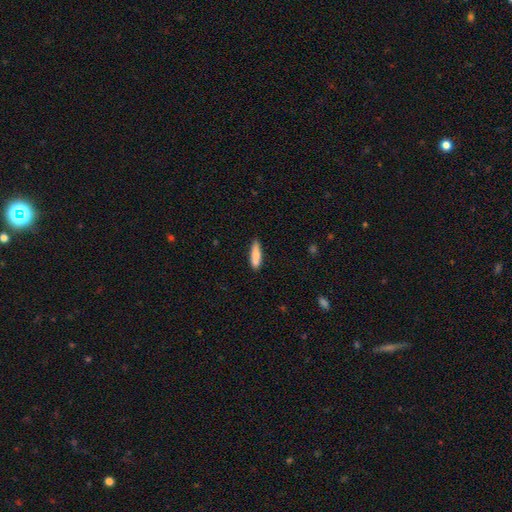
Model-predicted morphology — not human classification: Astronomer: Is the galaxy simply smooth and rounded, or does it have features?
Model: smooth — 80%.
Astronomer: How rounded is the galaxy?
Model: cigar-shaped — 65%.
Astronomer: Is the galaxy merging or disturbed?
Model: none — 81%.